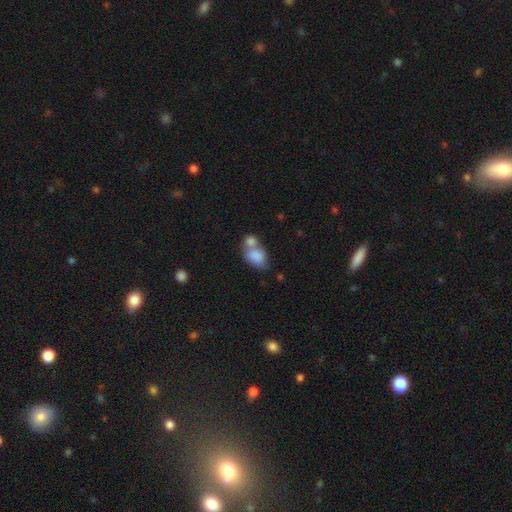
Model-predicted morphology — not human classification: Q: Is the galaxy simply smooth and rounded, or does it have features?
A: smooth — 82%.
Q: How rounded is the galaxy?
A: in between — 77%.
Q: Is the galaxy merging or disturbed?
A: merger — 57%.